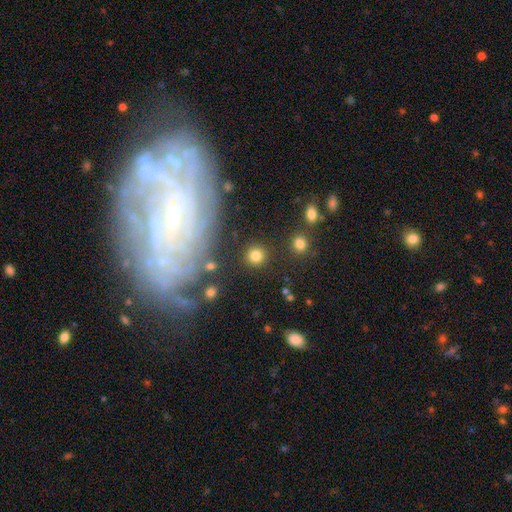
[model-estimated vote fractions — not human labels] Smooth or featured?
  - smooth: 82% *
  - star or artifact: 11%
  - featured or disk: 7%
How rounded?
  - round: 92% *
  - in between: 7%
  - cigar-shaped: 1%
Merging?
  - none: 88% *
  - minor disturbance: 6%
  - merger: 3%
  - major disturbance: 3%